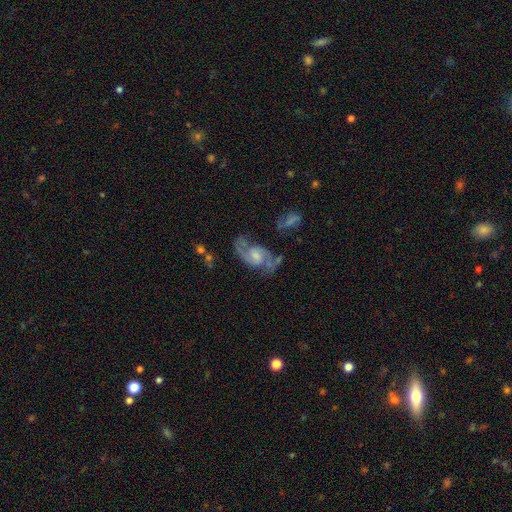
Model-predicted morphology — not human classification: A featured or disk galaxy (83%) with a weak bar (50%), 2 (89%) medium (53%) spiral arms (94%) and a moderate central bulge (38%).

Vote fractions:
- Smooth or featured? featured or disk: 83% / smooth: 10% / star or artifact: 6%
- Edge-on disk? no: 97% / yes: 3%
- Bar? weak: 50% / no: 39% / strong: 11%
- Spiral arms? yes: 94% / no: 6%
- Spiral winding? medium: 53% / loose: 31% / tight: 15%
- Spiral arm count? 2: 89% / can't tell: 5% / 1: 3% / 3: 2% / 4: 1% / more than 4: 1%
- Bulge size? moderate: 38% / small: 37% / none: 16% / large: 8% / dominant: 1%
- Merging? none: 60% / minor disturbance: 21% / major disturbance: 13% / merger: 6%